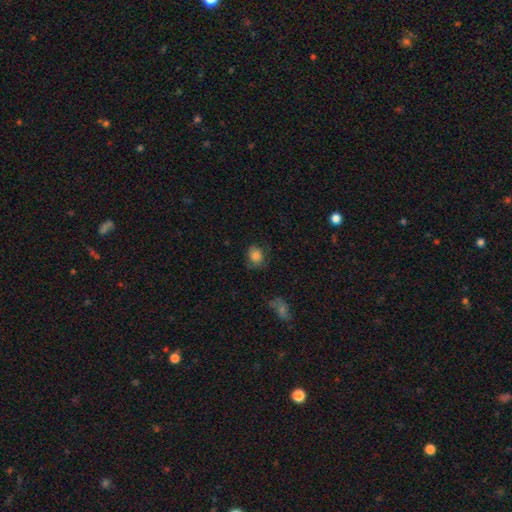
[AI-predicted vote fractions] Morphology: type=smooth (82%); roundness=round (56%); merging=none (68%).